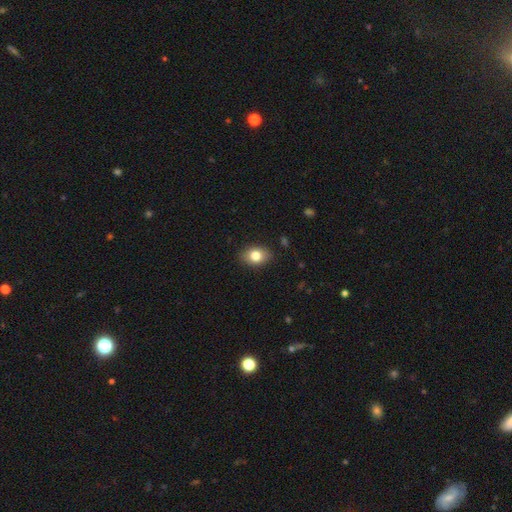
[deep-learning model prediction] smooth 80%, featured or disk 11%, star or artifact 9%. Down the decision tree: how rounded — in between (72%); merging — none (87%).